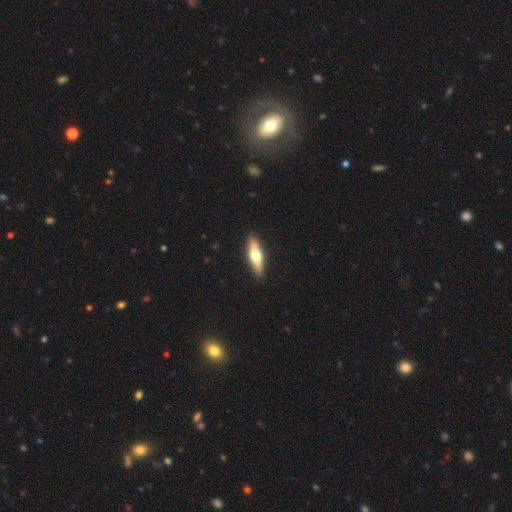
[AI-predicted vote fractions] A smooth galaxy with no disk features (55%) that is cigar-shaped (60%).

Vote fractions:
- Smooth or featured? smooth: 55% / featured or disk: 40% / star or artifact: 5%
- How rounded? cigar-shaped: 60% / in between: 38% / round: 2%
- Merging? none: 90% / minor disturbance: 8% / major disturbance: 2% / merger: 1%